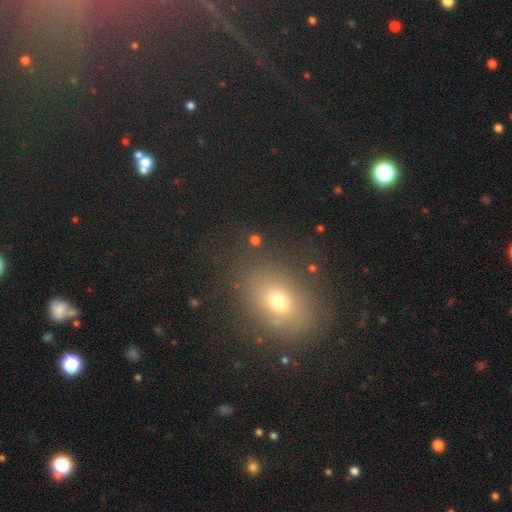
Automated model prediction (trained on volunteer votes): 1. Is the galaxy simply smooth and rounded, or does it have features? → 55% smooth, 32% star or artifact, 13% featured or disk.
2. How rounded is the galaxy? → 61% in between, 37% round, 2% cigar-shaped.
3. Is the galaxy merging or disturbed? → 87% none, 8% minor disturbance, 3% major disturbance, 2% merger.